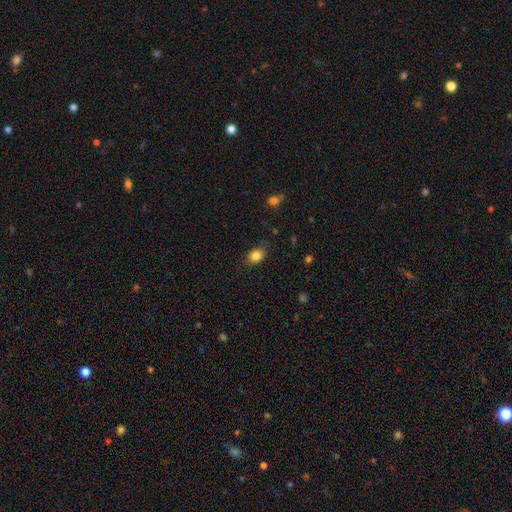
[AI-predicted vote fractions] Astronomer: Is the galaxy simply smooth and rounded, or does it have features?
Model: smooth — 85%.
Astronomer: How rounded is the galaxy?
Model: in between — 65%.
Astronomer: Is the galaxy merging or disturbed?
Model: none — 78%.